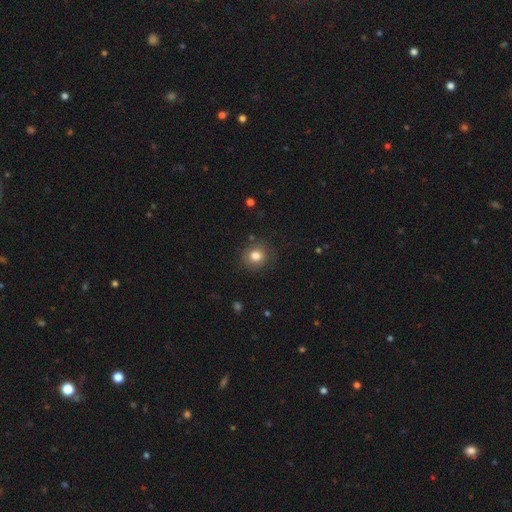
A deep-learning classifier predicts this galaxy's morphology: Q: Smooth or featured?
A: smooth (82%); runner-up: star or artifact (11%)
Q: How rounded?
A: round (85%); runner-up: in between (14%)
Q: Merging?
A: none (84%); runner-up: minor disturbance (11%)